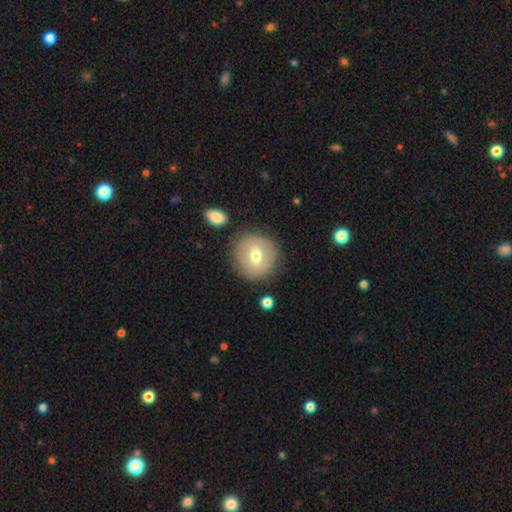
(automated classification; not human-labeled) Q: Smooth or featured?
A: smooth (59%); runner-up: featured or disk (33%)
Q: How rounded?
A: round (90%); runner-up: in between (9%)
Q: Merging?
A: none (82%); runner-up: minor disturbance (11%)